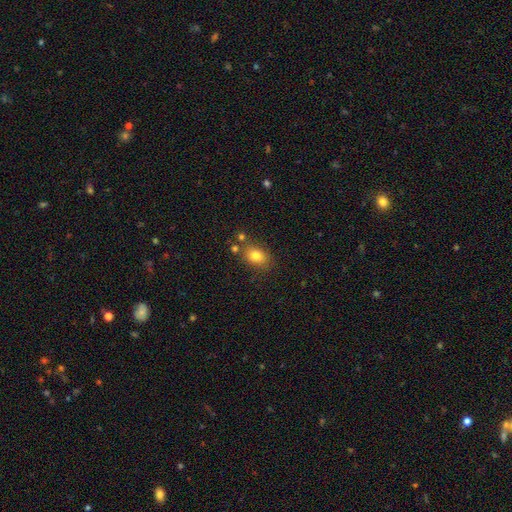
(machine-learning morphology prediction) Q: Smooth or featured?
A: smooth (80%); runner-up: star or artifact (11%)
Q: How rounded?
A: in between (69%); runner-up: round (30%)
Q: Merging?
A: none (73%); runner-up: minor disturbance (14%)